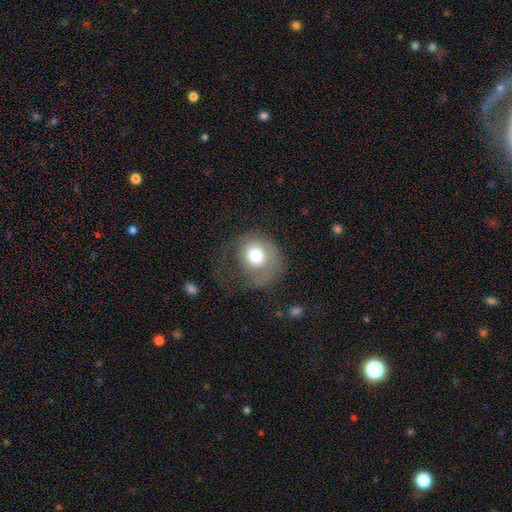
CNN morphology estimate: type=smooth (66%); roundness=round (77%); merging=none (40%).